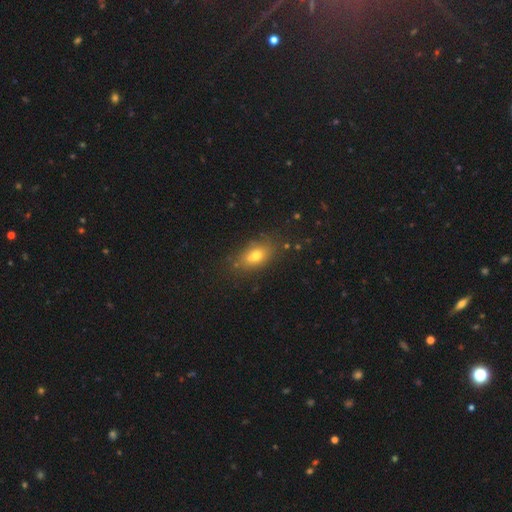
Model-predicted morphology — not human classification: A smooth galaxy with no disk features (72%) that is in between round and cigar-shaped (80%). Merging: none (80%).